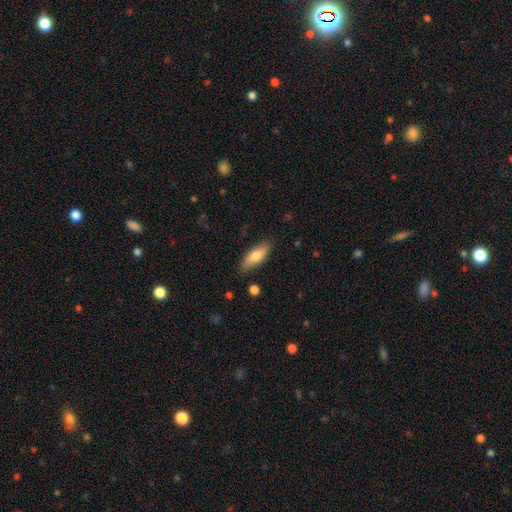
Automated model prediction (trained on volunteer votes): This appears to be a smooth galaxy with no disk features (75%) that is in between round and cigar-shaped (69%). Merging: none (83%).